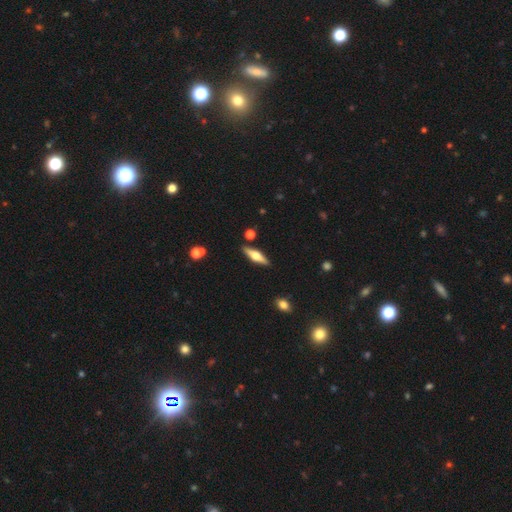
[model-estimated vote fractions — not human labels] smooth-or-featured: featured or disk: 63% | smooth: 31% | star or artifact: 6%
  disk-edge-on: yes: 96% | no: 4%
    edge-on-bulge: rounded: 94% | boxy: 5% | none: 2%
  merging: none: 88% | minor disturbance: 8% | merger: 3% | major disturbance: 2%